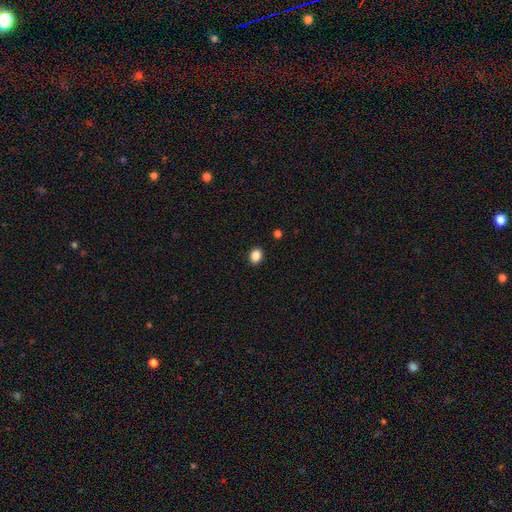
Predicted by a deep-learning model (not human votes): The model was most divided on "how rounded": in between: 55%, round: 44%, cigar-shaped: 1%. More confident: merging — none (90%); smooth or featured — smooth (87%).